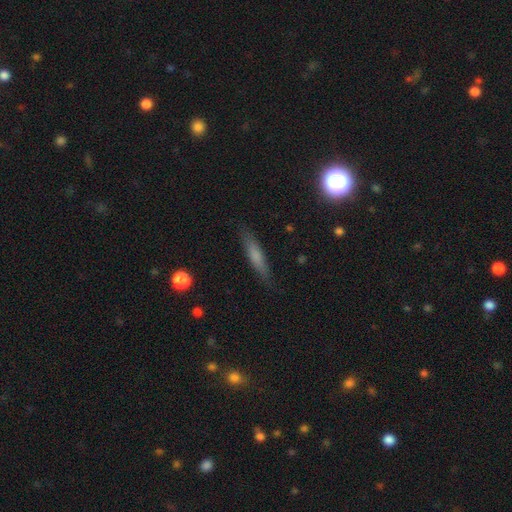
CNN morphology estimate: The model was most divided on "smooth or featured": smooth: 65%, featured or disk: 27%, star or artifact: 8%. More confident: merging — none (85%); how rounded — cigar-shaped (84%).